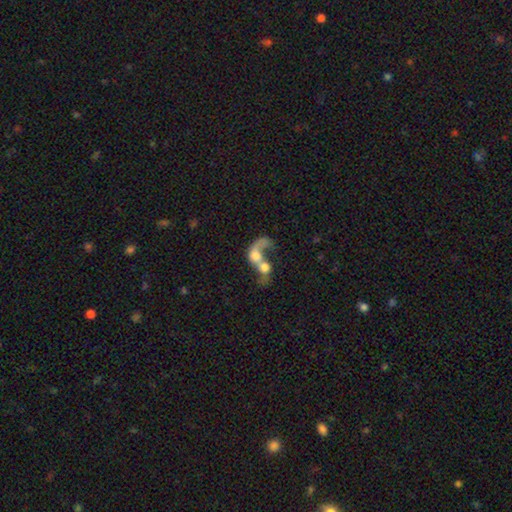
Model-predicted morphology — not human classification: Smooth or featured?
  - featured or disk: 50% *
  - smooth: 40%
  - star or artifact: 10%
Merging?
  - merger: 79% *
  - major disturbance: 11%
  - none: 7%
  - minor disturbance: 3%